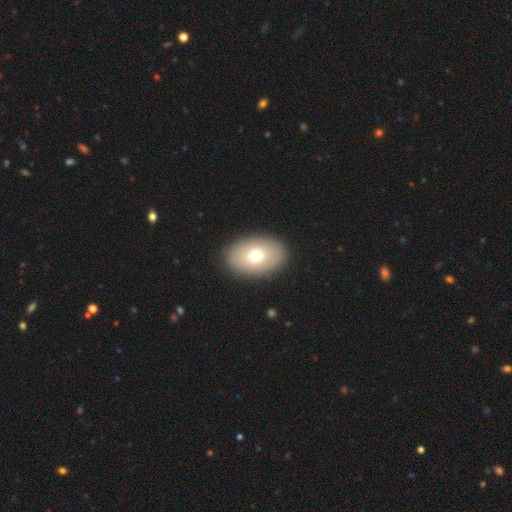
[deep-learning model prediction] smooth-or-featured: smooth: 72% | featured or disk: 19% | star or artifact: 9%
  how-rounded: in between: 83% | round: 16% | cigar-shaped: 1%
  merging: none: 89% | minor disturbance: 7% | major disturbance: 2% | merger: 1%